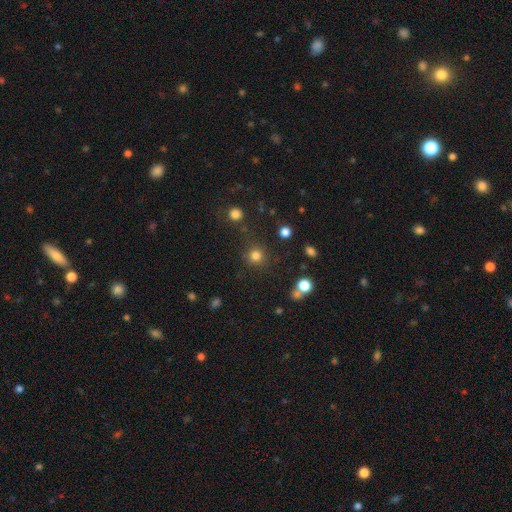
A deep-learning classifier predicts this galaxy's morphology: Q: Smooth or featured?
A: smooth (79%); runner-up: star or artifact (16%)
Q: How rounded?
A: round (94%); runner-up: in between (6%)
Q: Merging?
A: none (84%); runner-up: minor disturbance (8%)